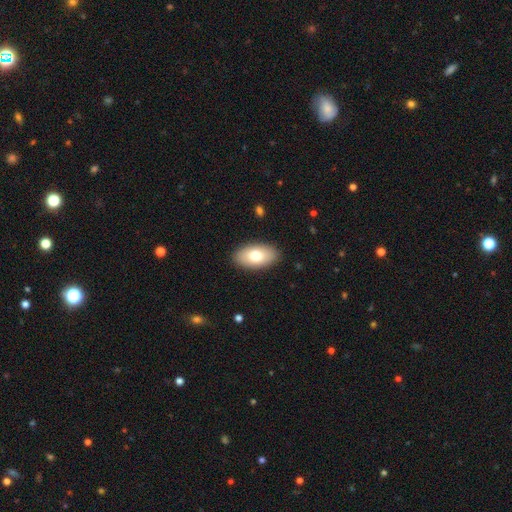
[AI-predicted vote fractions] A smooth galaxy with no disk features (76%) that is in between round and cigar-shaped (94%). Merging: none (89%).